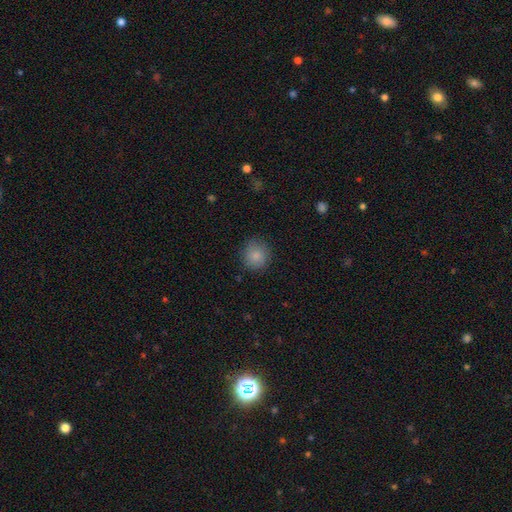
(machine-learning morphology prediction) smooth-or-featured: smooth: 86% | star or artifact: 9% | featured or disk: 6%
  how-rounded: round: 87% | in between: 12% | cigar-shaped: 1%
  merging: none: 84% | minor disturbance: 12% | major disturbance: 3% | merger: 1%